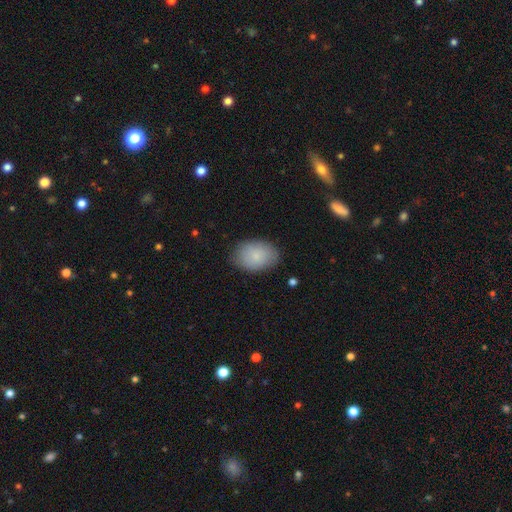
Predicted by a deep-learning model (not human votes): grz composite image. It shows a smooth galaxy with no disk features (86%) that is in between round and cigar-shaped (83%). Merging: none (83%).